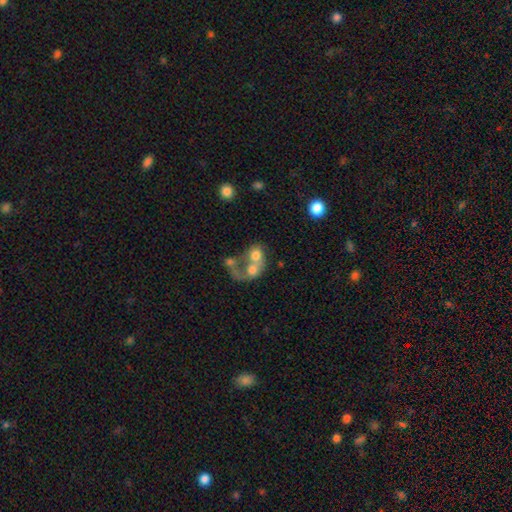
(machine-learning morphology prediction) This appears to be a smooth galaxy with no disk features (55%) that is round (55%). Merging: merger (72%).